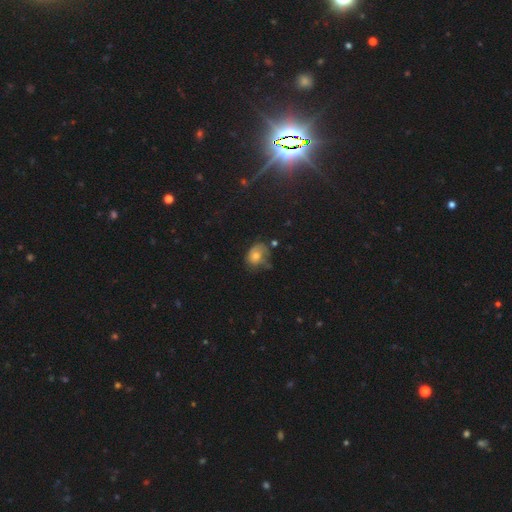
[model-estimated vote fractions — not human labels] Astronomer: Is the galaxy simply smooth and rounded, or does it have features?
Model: smooth — 51% (runner-up: featured or disk, 34%).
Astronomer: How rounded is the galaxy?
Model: in between — 62% (runner-up: round, 37%).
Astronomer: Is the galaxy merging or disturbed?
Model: none — 40% (runner-up: minor disturbance, 32%).